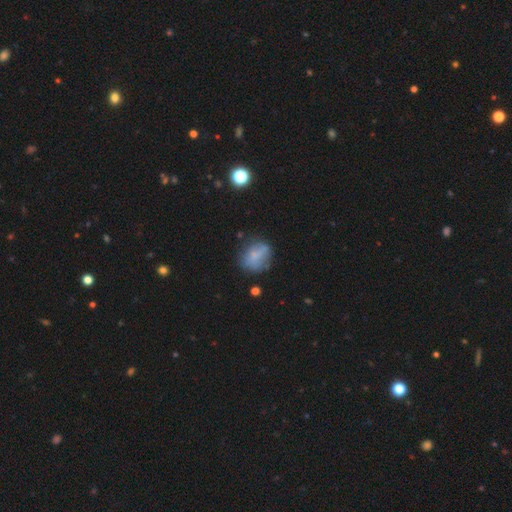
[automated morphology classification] Q: Smooth or featured?
A: smooth (64%); runner-up: featured or disk (25%)
Q: How rounded?
A: round (57%); runner-up: in between (42%)
Q: Merging?
A: none (56%); runner-up: minor disturbance (26%)